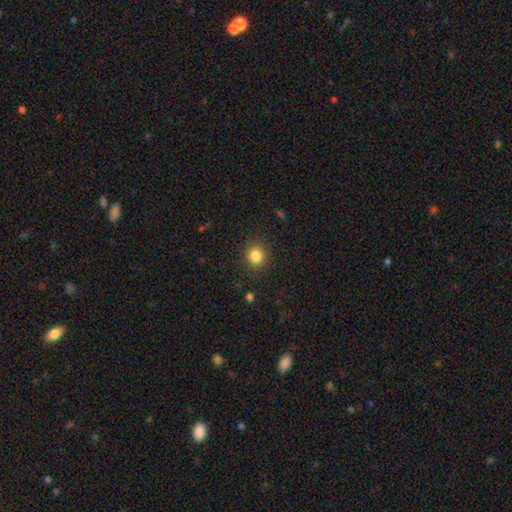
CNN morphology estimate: Smooth or featured? Predicted: smooth (p=0.84). How rounded? Predicted: round (p=0.90). Merging? Predicted: none (p=0.89).